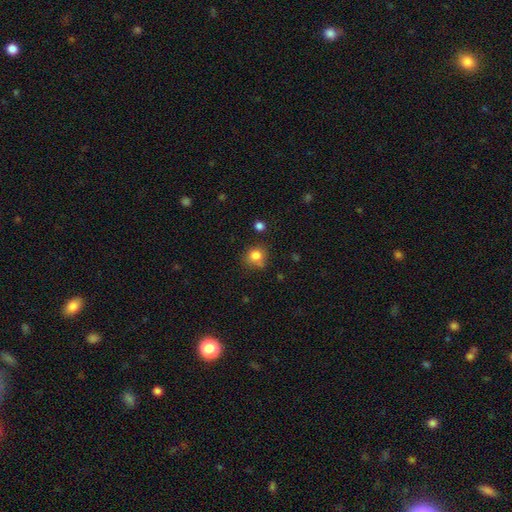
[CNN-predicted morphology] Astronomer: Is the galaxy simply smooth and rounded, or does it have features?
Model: smooth — 82%.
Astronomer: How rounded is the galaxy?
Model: round — 79%.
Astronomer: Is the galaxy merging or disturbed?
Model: none — 65%.